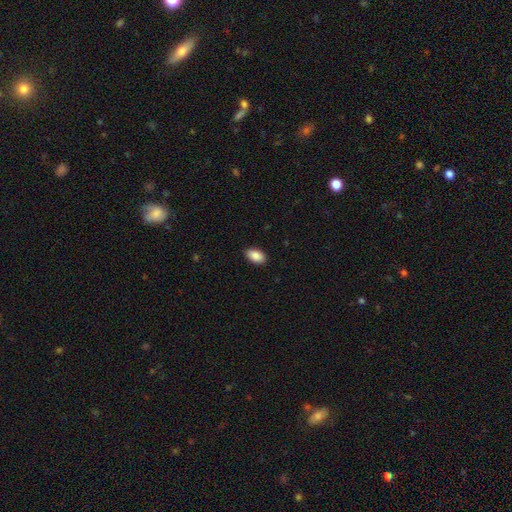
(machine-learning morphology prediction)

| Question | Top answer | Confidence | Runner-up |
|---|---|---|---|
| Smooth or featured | smooth | 88% | star or artifact (7%) |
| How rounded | in between | 91% | round (7%) |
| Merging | none | 87% | minor disturbance (10%) |